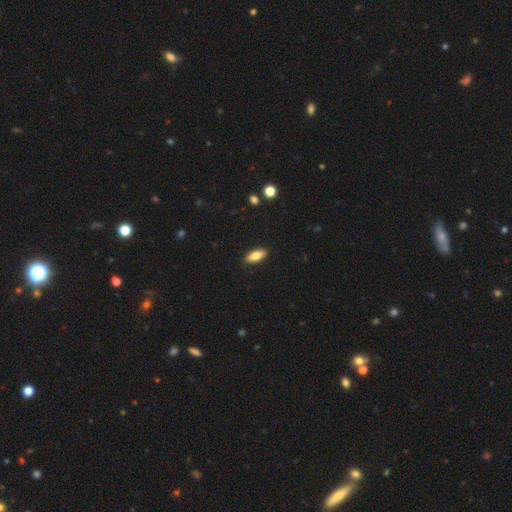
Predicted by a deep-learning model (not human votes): The model was most divided on "how rounded": in between: 75%, cigar-shaped: 23%, round: 2%. More confident: merging — none (89%); smooth or featured — smooth (79%).